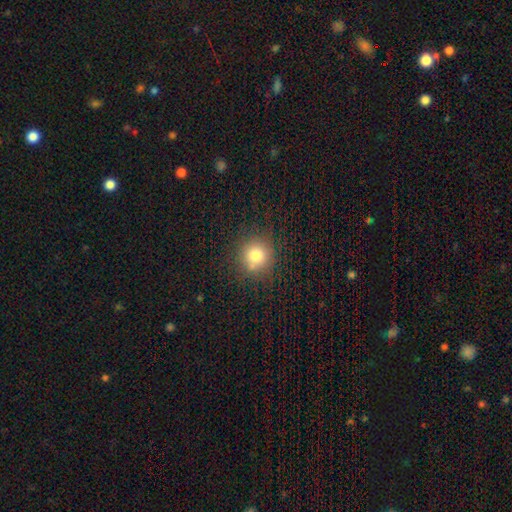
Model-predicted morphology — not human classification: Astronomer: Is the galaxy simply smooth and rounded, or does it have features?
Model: smooth — 78%.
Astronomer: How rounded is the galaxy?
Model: round — 90%.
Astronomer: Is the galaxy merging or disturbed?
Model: none — 79%.